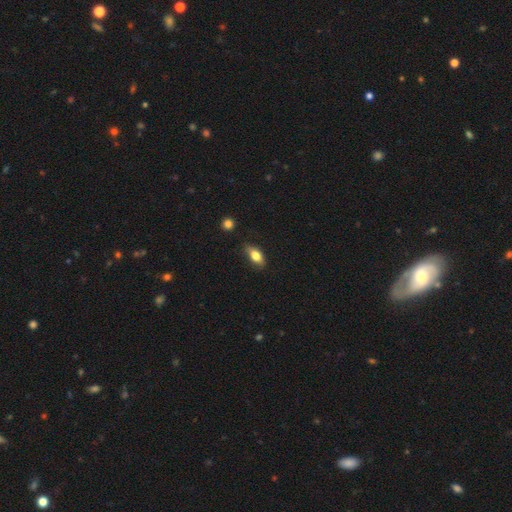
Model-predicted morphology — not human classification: This is likely a smooth galaxy (78%). How rounded: clearly in between (85%). Merging: likely none (75%).